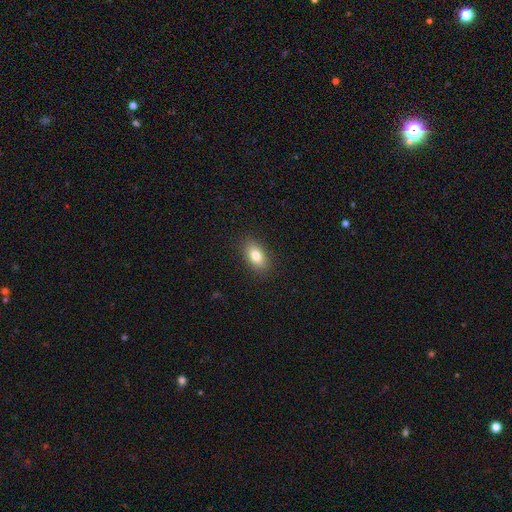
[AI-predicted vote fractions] This is clearly a smooth galaxy (81%). How rounded: clearly in between (89%). Merging: clearly none (89%).